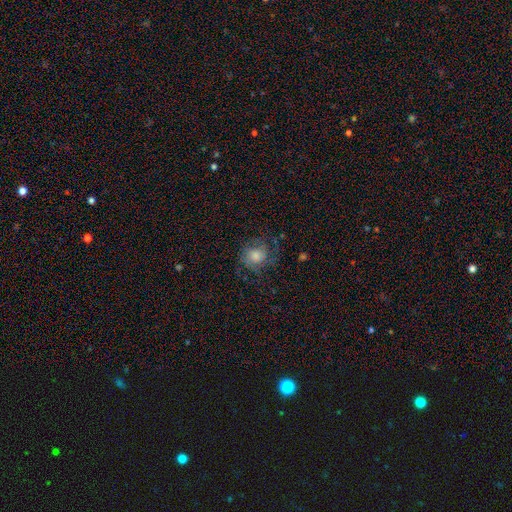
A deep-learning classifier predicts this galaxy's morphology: type=featured or disk (49%); merging=none (67%).